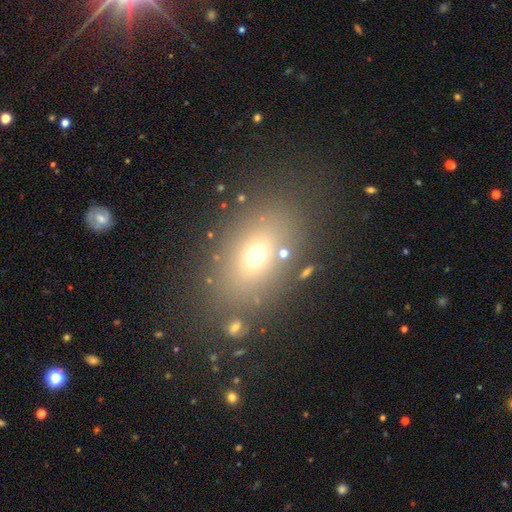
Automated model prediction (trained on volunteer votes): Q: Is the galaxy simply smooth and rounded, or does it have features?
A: smooth — 66%.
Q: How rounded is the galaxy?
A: in between — 72%.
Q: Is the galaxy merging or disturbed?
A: none — 79%.